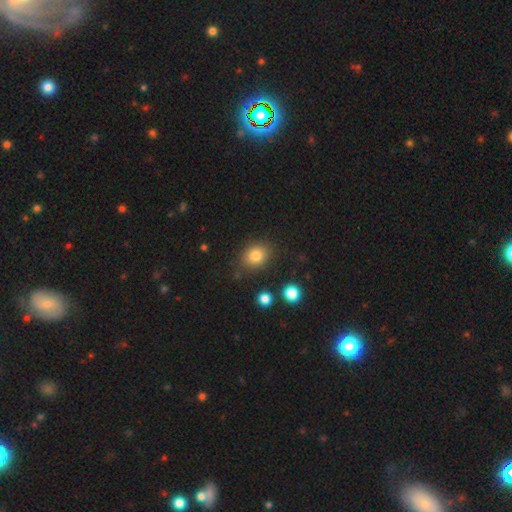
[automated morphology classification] A smooth galaxy with no disk features (82%) that is round (53%). Merging: none (82%).